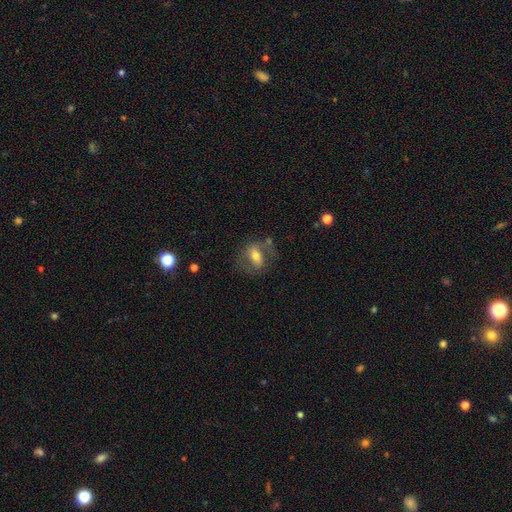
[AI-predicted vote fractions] Smooth or featured?
  - smooth: 48% *
  - featured or disk: 44%
  - star or artifact: 8%
Merging?
  - none: 58% *
  - minor disturbance: 21%
  - major disturbance: 16%
  - merger: 6%